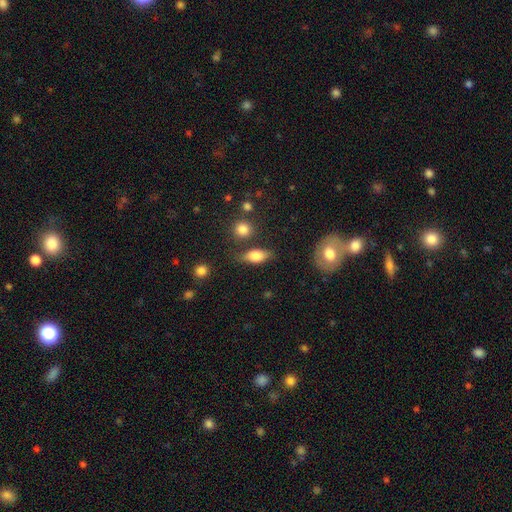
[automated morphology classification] smooth-or-featured: smooth: 72% | featured or disk: 20% | star or artifact: 8%
  how-rounded: in between: 76% | cigar-shaped: 17% | round: 7%
  merging: none: 75% | minor disturbance: 15% | merger: 6% | major disturbance: 4%